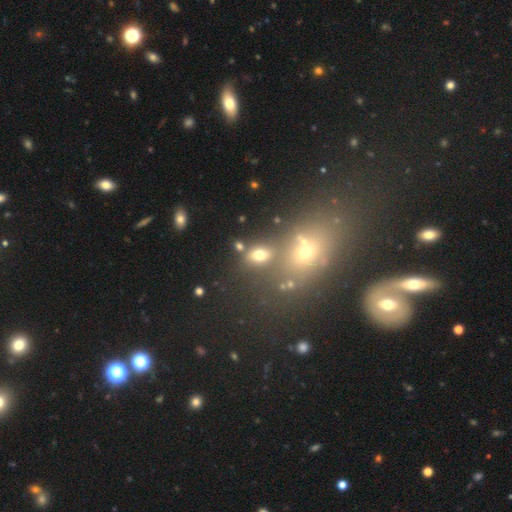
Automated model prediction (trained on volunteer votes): A smooth galaxy with no disk features (68%) that is in between round and cigar-shaped (77%).

Vote fractions:
- Smooth or featured? smooth: 68% / star or artifact: 18% / featured or disk: 14%
- How rounded? in between: 77% / round: 18% / cigar-shaped: 5%
- Merging? none: 66% / merger: 16% / minor disturbance: 13% / major disturbance: 6%